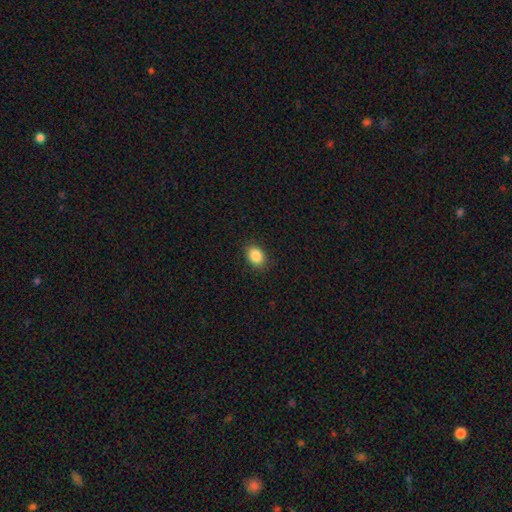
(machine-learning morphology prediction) A smooth galaxy with no disk features (88%) that is in between round and cigar-shaped (71%). Merging: none (88%).